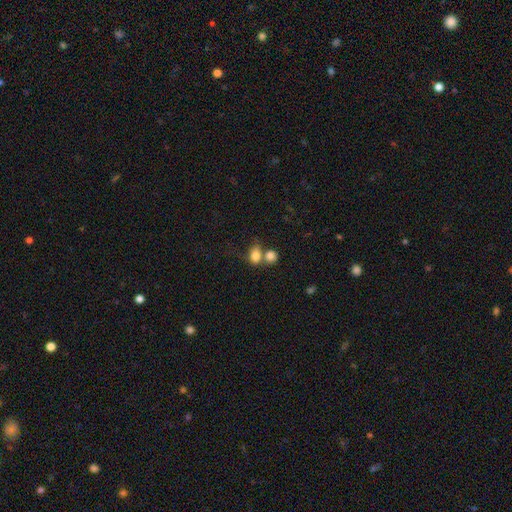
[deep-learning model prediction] smooth-or-featured: smooth: 81% | star or artifact: 10% | featured or disk: 9%
  how-rounded: in between: 62% | round: 37% | cigar-shaped: 2%
  merging: merger: 46% | none: 37% | minor disturbance: 11% | major disturbance: 6%